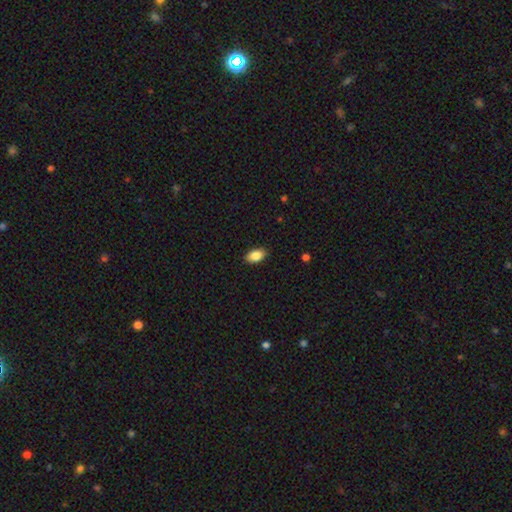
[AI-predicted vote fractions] The model was most divided on "smooth or featured": smooth: 86%, star or artifact: 8%, featured or disk: 7%. More confident: how rounded — in between (91%); merging — none (89%).